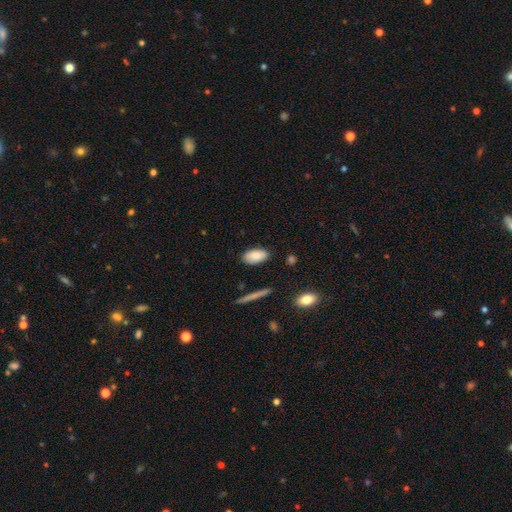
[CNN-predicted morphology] Smooth or featured?
  - smooth: 87% *
  - featured or disk: 7%
  - star or artifact: 6%
How rounded?
  - in between: 92% *
  - cigar-shaped: 4%
  - round: 3%
Merging?
  - none: 85% *
  - minor disturbance: 11%
  - major disturbance: 2%
  - merger: 2%